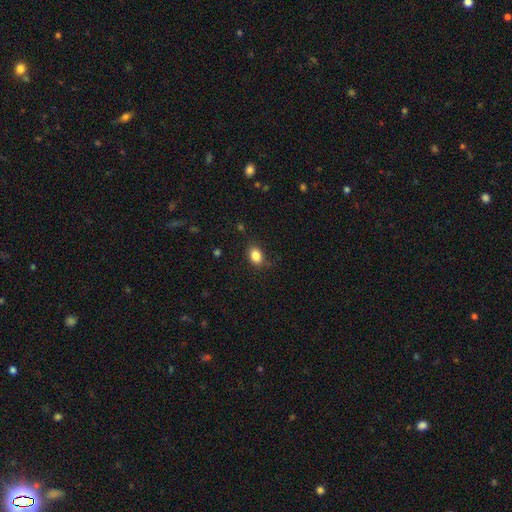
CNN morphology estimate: This appears to be a smooth galaxy with no disk features (85%) that is in between round and cigar-shaped (72%). Merging: none (79%).